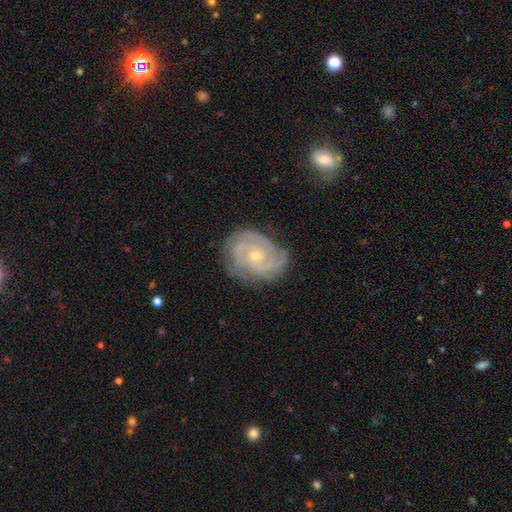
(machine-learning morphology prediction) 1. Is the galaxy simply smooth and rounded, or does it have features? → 86% featured or disk, 8% smooth, 6% star or artifact.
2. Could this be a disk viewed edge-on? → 97% no, 3% yes.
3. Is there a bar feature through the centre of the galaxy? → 72% no, 24% weak, 4% strong.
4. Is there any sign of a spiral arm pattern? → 96% yes, 4% no.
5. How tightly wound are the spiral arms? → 65% tight, 30% medium, 6% loose.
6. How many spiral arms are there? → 34% 2, 31% 3, 19% can't tell, 8% 4, 5% 1, 4% more than 4.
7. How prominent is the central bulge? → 61% small, 36% moderate, 1% none, 1% large, 1% dominant.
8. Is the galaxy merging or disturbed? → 75% none, 18% minor disturbance, 5% major disturbance, 1% merger.